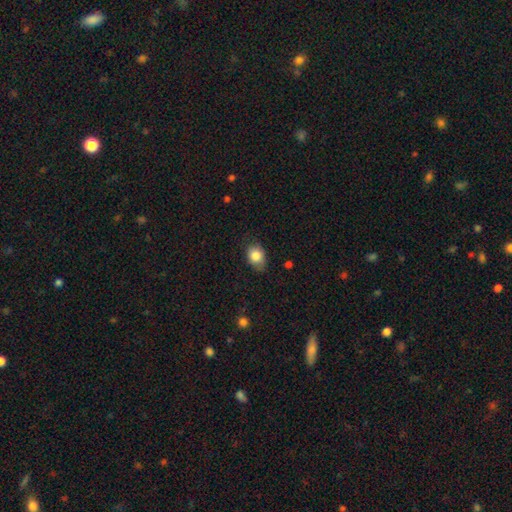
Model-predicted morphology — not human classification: A smooth galaxy with no disk features (83%) that is in between round and cigar-shaped (66%).

Vote fractions:
- Smooth or featured? smooth: 83% / featured or disk: 9% / star or artifact: 8%
- How rounded? in between: 66% / round: 33% / cigar-shaped: 1%
- Merging? none: 71% / minor disturbance: 23% / major disturbance: 4% / merger: 1%